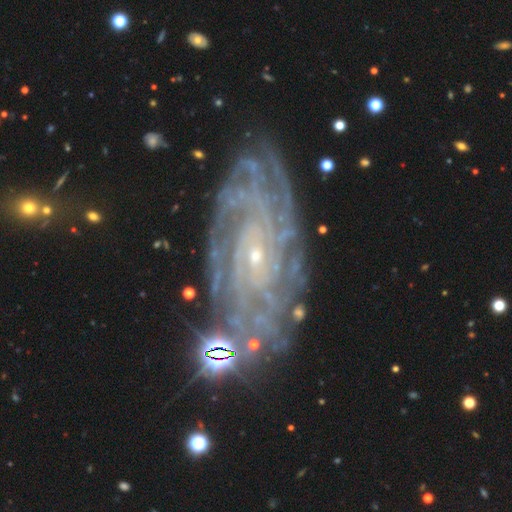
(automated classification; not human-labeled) Overall: featured or disk (88%). Edge-on disk: no (95%). Bar: no (69%). Spiral arms: yes (98%). Spiral arm count: more than 4 (27%; can't tell 23%). Spiral winding: tight (81%). Bulge size: small (88%). Merging: none (78%).